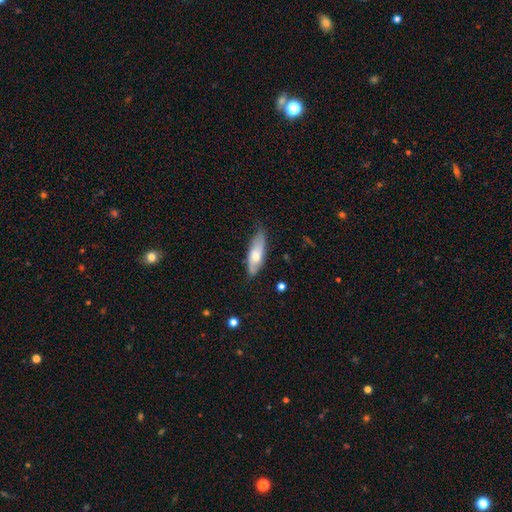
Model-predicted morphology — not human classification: The model was most divided on "how rounded": in between: 58%, cigar-shaped: 40%, round: 2%. More confident: merging — none (68%); smooth or featured — smooth (57%).